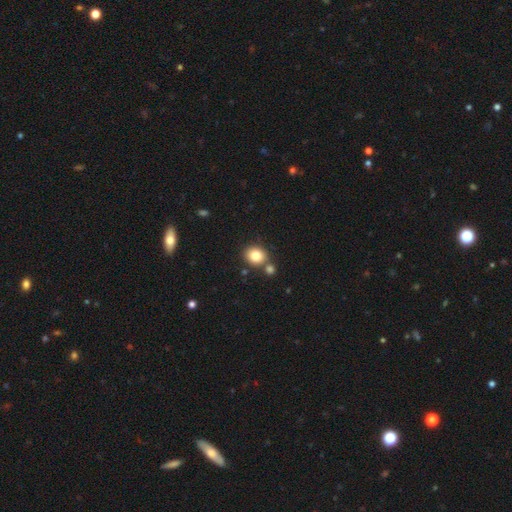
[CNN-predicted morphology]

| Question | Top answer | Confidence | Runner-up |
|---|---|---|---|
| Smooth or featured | smooth | 82% | star or artifact (10%) |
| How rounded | round | 76% | in between (23%) |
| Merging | none | 70% | merger (18%) |